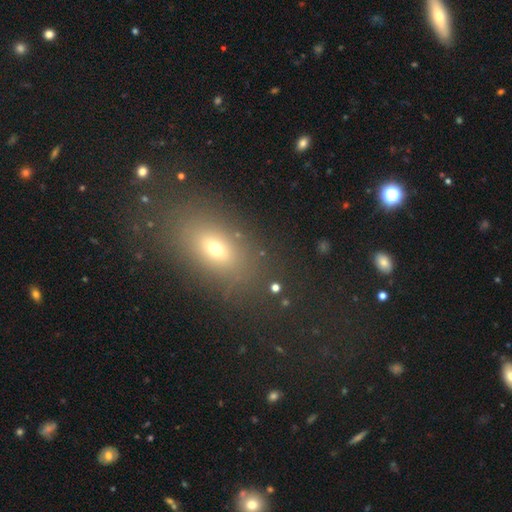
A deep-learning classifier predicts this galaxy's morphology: A smooth galaxy with no disk features (61%) that is in between round and cigar-shaped (76%).

Vote fractions:
- Smooth or featured? smooth: 61% / star or artifact: 23% / featured or disk: 15%
- How rounded? in between: 76% / round: 18% / cigar-shaped: 6%
- Merging? none: 76% / minor disturbance: 12% / major disturbance: 9% / merger: 3%